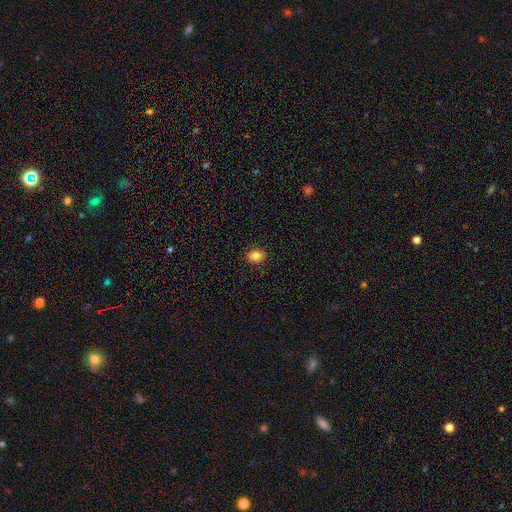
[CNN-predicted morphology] Smooth or featured? smooth (85%)
How rounded? in between (60%)
Merging? none (88%)